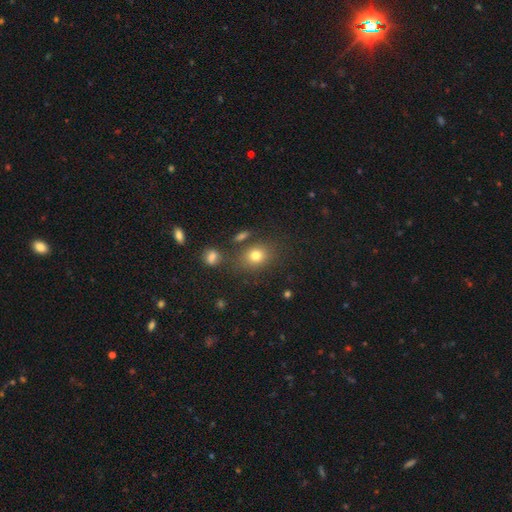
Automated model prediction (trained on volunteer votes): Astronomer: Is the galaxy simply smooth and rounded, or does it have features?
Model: smooth — 77%.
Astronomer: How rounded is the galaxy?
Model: round — 54% (runner-up: in between, 45%).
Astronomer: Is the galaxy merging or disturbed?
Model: none — 74%.